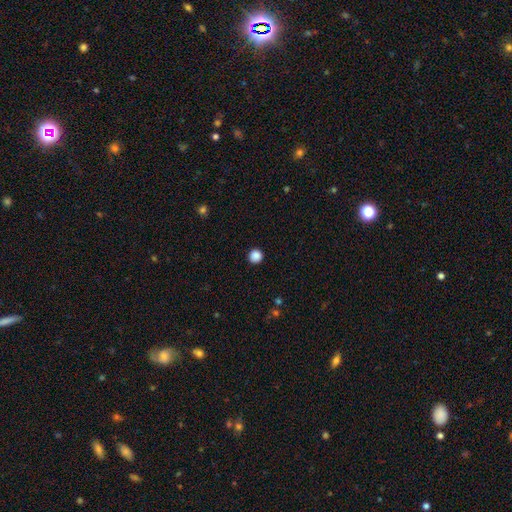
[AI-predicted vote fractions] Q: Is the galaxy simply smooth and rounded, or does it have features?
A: smooth — 87%.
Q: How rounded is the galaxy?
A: round — 95%.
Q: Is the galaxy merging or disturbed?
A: none — 93%.